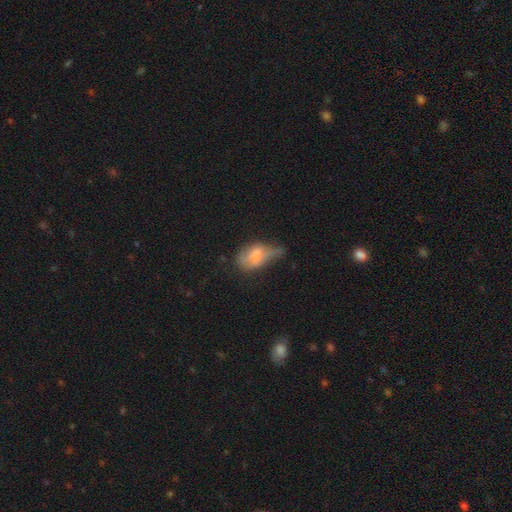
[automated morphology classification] A smooth galaxy with no disk features (61%) that is in between round and cigar-shaped (87%). Merging: major disturbance (36%, tied with minor disturbance).